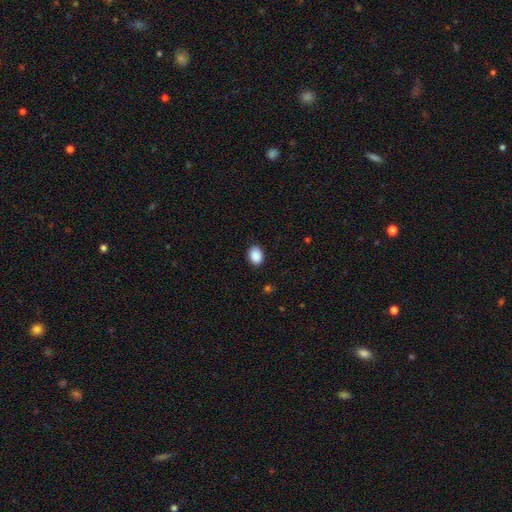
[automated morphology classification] This is clearly a smooth galaxy (90%). How rounded: likely in between (65%). Merging: clearly none (88%).